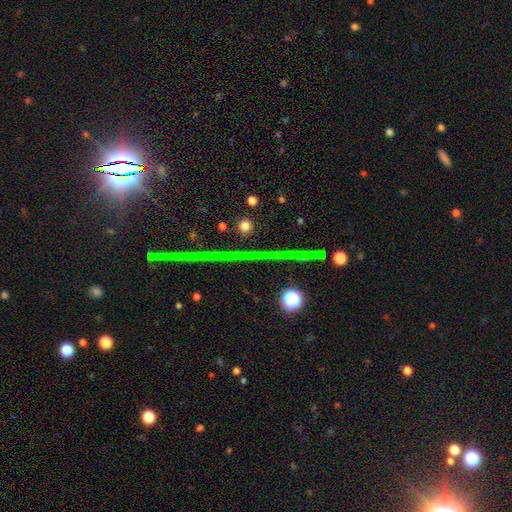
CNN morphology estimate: Overall: star or artifact (78%).